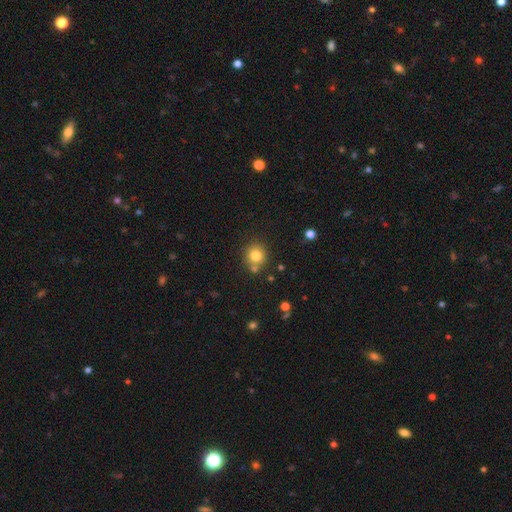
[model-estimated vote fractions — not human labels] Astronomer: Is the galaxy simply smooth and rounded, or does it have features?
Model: smooth — 80%.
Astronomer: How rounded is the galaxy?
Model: round — 88%.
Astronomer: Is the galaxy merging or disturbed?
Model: none — 73%.